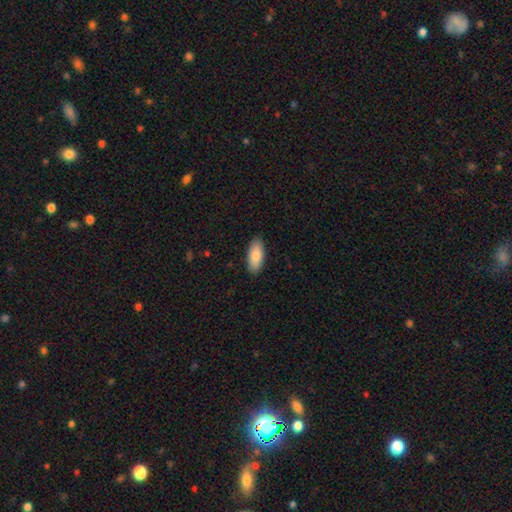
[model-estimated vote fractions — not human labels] smooth-or-featured: smooth: 86% | featured or disk: 8% | star or artifact: 6%
  how-rounded: in between: 86% | cigar-shaped: 12% | round: 2%
  merging: none: 89% | minor disturbance: 8% | major disturbance: 2% | merger: 1%